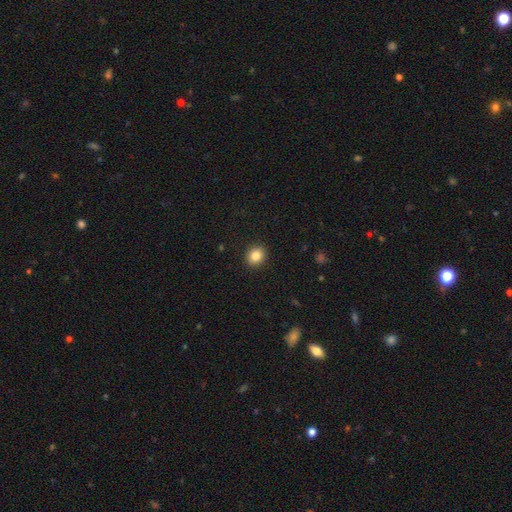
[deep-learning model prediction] Smooth or featured: smooth — 84% (star or artifact — 10%)
How rounded: round — 68% (in between — 31%)
Merging: none — 92% (minor disturbance — 6%)